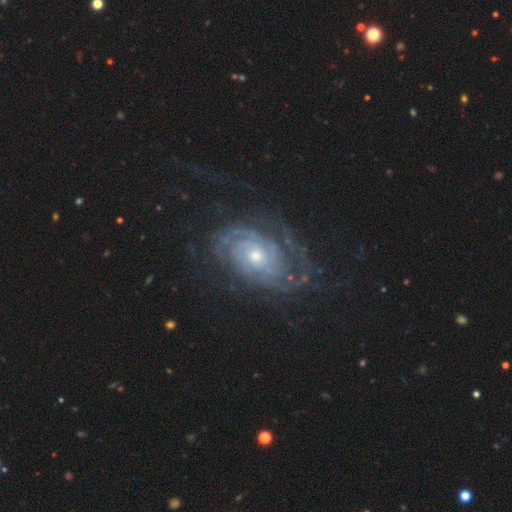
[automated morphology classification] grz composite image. It shows a featured or disk galaxy (87%) with no bar (74%), tight (75%) spiral arms (97%) and a small central bulge (48%). Merging: none (70%).